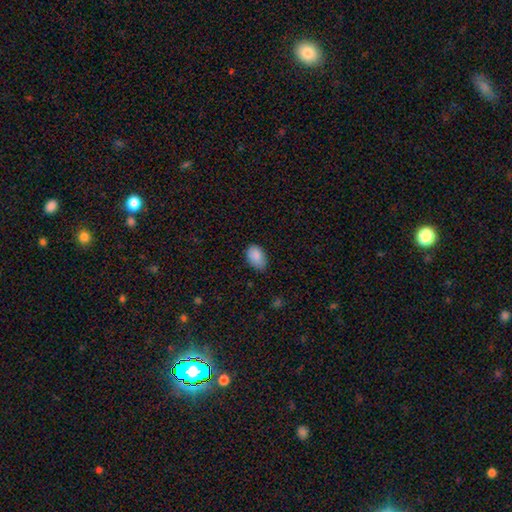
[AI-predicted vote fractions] A smooth galaxy with no disk features (88%) that is in between round and cigar-shaped (89%). Merging: none (71%).